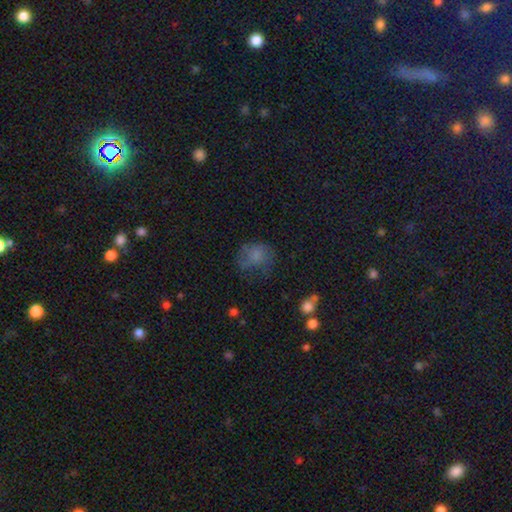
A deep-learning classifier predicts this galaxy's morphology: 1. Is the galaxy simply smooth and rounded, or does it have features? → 66% smooth, 20% featured or disk, 14% star or artifact.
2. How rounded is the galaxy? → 62% round, 37% in between, 1% cigar-shaped.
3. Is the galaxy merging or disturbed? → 44% none, 27% minor disturbance, 26% major disturbance, 3% merger.